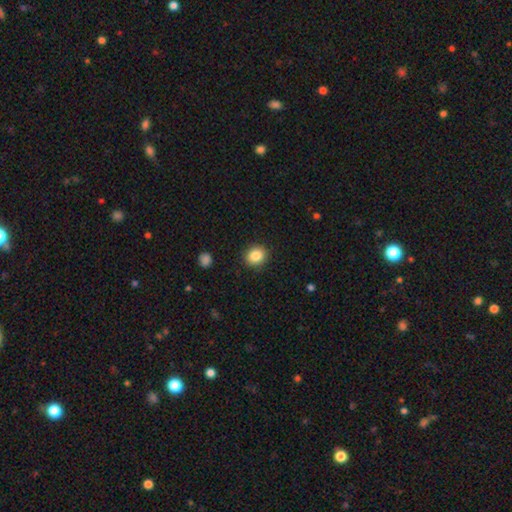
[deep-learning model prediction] Smooth or featured?
  - smooth: 85% *
  - star or artifact: 9%
  - featured or disk: 6%
How rounded?
  - round: 74% *
  - in between: 26%
  - cigar-shaped: 1%
Merging?
  - none: 90% *
  - minor disturbance: 7%
  - major disturbance: 2%
  - merger: 1%